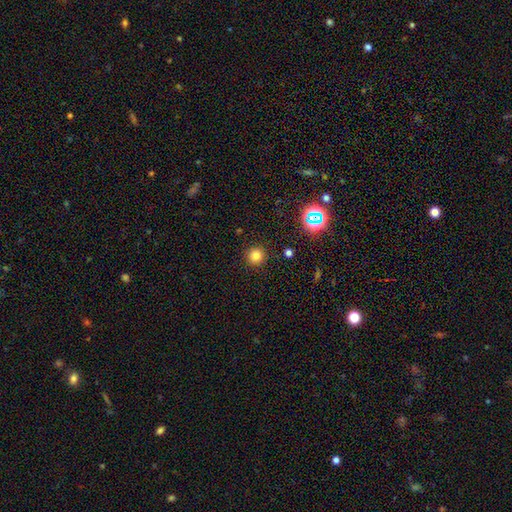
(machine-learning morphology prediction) Q: Smooth or featured?
A: smooth (79%); runner-up: star or artifact (16%)
Q: How rounded?
A: round (95%); runner-up: in between (4%)
Q: Merging?
A: none (91%); runner-up: minor disturbance (6%)